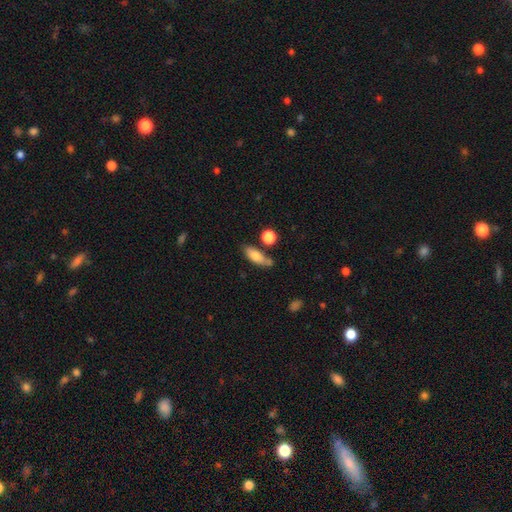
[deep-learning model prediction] Smooth or featured? smooth (73%)
How rounded? in between (69%)
Merging? none (61%)